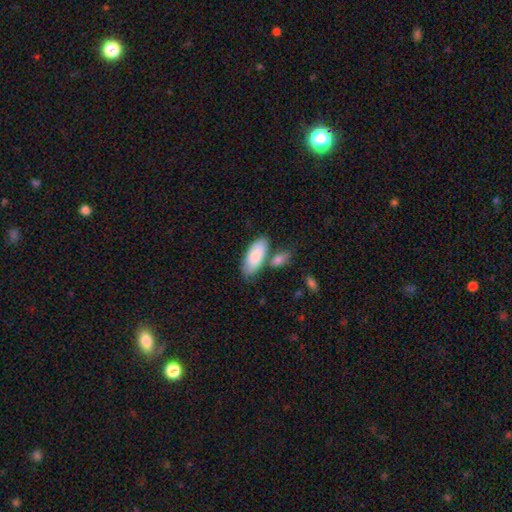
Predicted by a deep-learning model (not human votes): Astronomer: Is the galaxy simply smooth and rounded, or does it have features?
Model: smooth — 82%.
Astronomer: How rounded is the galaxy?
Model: in between — 87%.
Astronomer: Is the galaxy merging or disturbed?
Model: none — 61%.